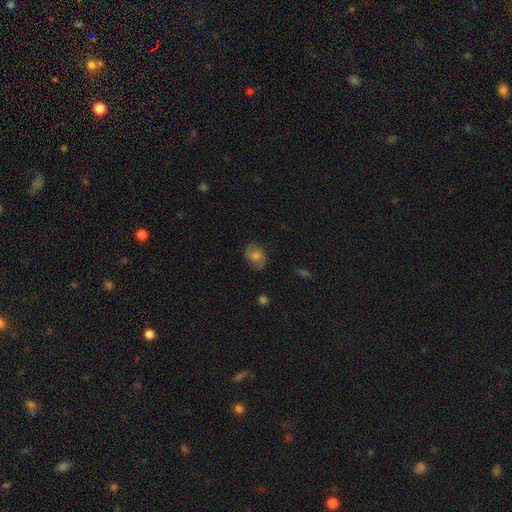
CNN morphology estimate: Overall: smooth (54%; featured or disk 35%). How rounded: in between (61%; round 37%). Merging: none (76%).